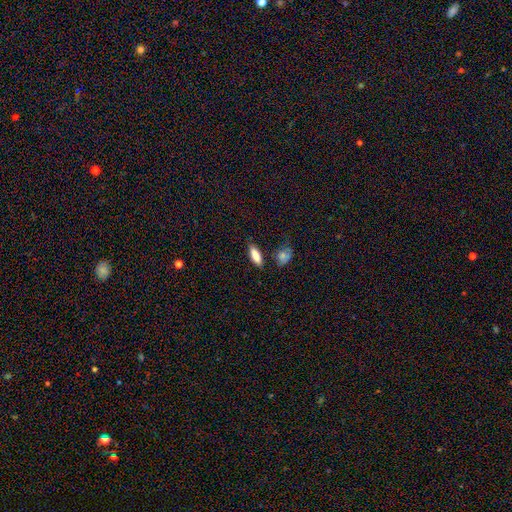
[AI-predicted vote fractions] Smooth or featured? smooth (83%)
How rounded? in between (62%)
Merging? none (79%)